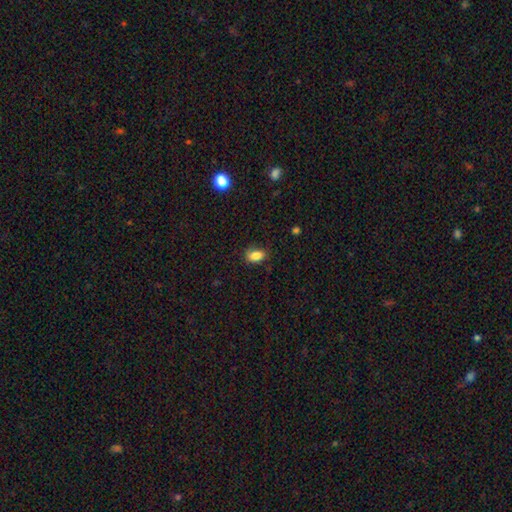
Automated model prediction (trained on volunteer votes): smooth_or_featured: smooth (p=0.85) [alt: star or artifact p=0.09]
how_rounded: in between (p=0.84) [alt: round p=0.14]
merging: none (p=0.77) [alt: minor disturbance p=0.18]